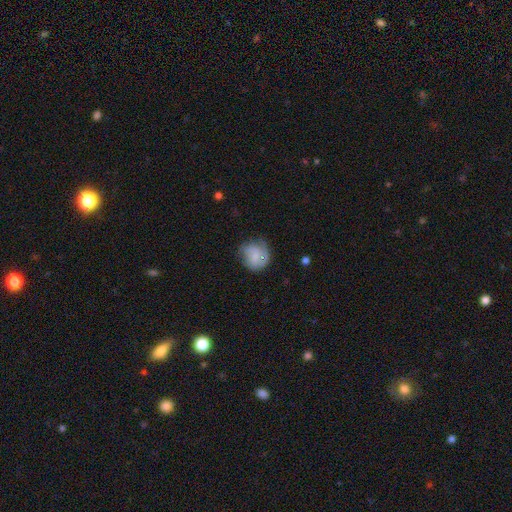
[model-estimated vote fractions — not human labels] This appears to be a smooth galaxy with no disk features (58%) that is round (81%). Merging: none (57%).